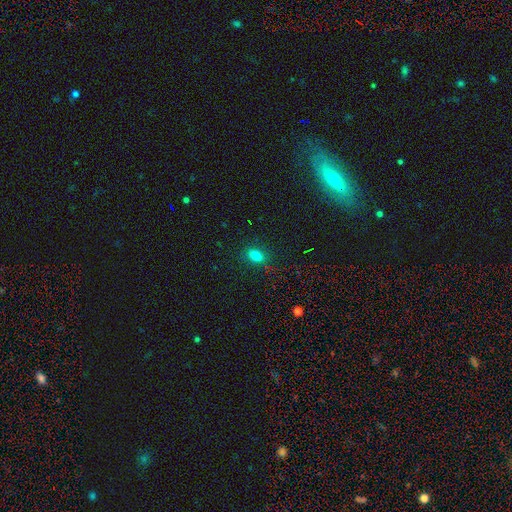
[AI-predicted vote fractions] smooth 80%, star or artifact 14%, featured or disk 6%. Down the decision tree: how rounded — in between (80%); merging — none (86%).